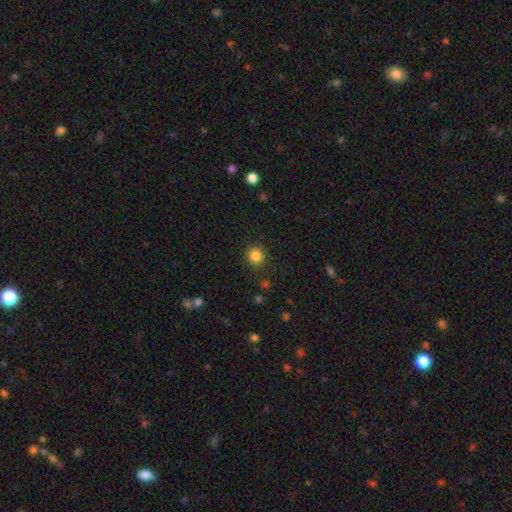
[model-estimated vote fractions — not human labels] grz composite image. It shows a smooth galaxy with no disk features (84%) that is round (93%). Merging: none (90%).